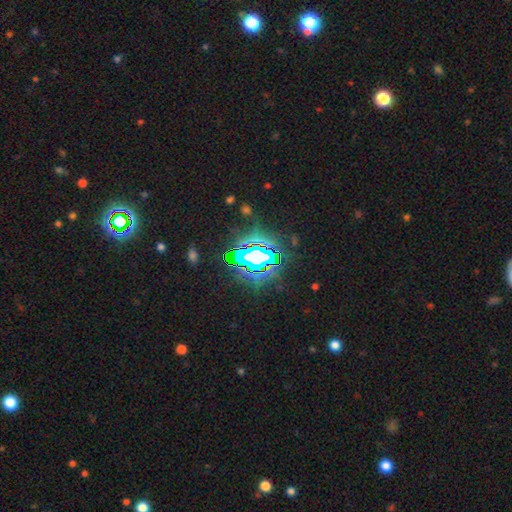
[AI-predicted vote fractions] smooth-or-featured: star or artifact: 73% | featured or disk: 14% | smooth: 13%